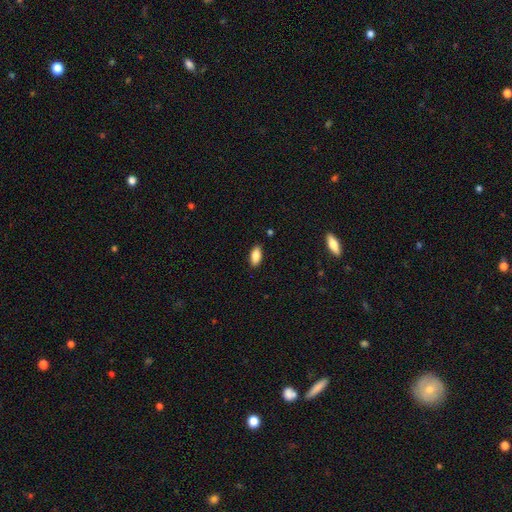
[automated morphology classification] Smooth or featured?
  - smooth: 84% *
  - featured or disk: 9%
  - star or artifact: 7%
How rounded?
  - in between: 88% *
  - cigar-shaped: 9%
  - round: 2%
Merging?
  - none: 87% *
  - minor disturbance: 10%
  - major disturbance: 2%
  - merger: 1%